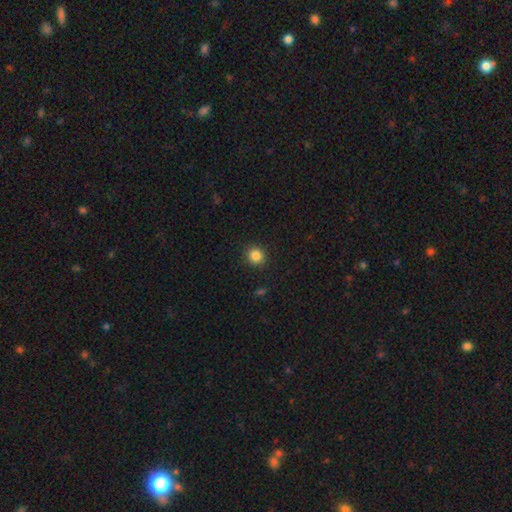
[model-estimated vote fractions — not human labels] Smooth or featured? Predicted: smooth (p=0.85). How rounded? Predicted: round (p=0.90). Merging? Predicted: none (p=0.91).